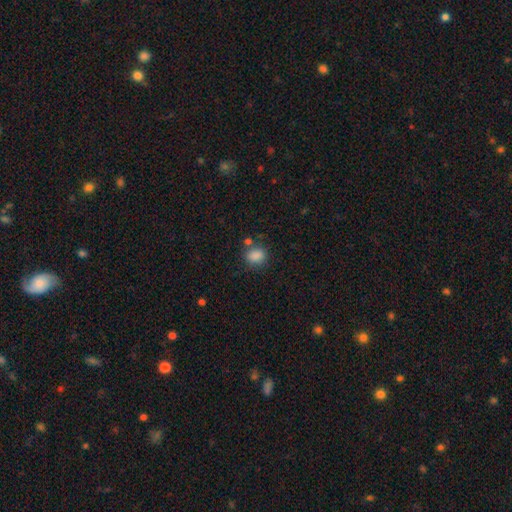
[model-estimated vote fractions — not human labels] smooth 86%, star or artifact 10%, featured or disk 4%. Down the decision tree: how rounded — in between (53%); merging — none (72%).